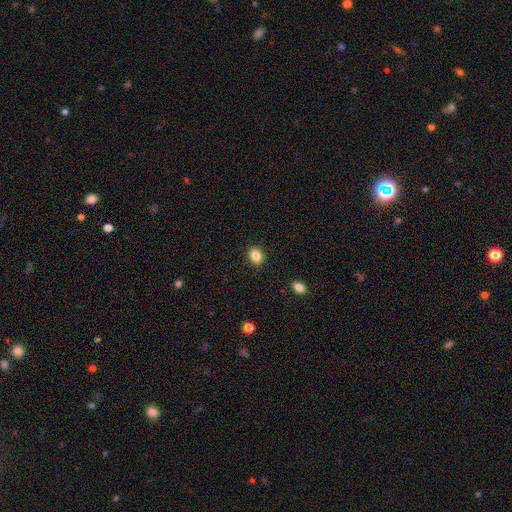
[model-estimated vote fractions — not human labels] Overall: smooth (86%). How rounded: in between (62%; round 37%). Merging: none (89%).